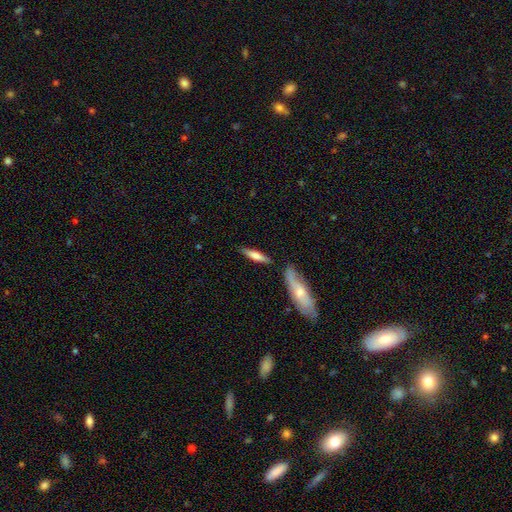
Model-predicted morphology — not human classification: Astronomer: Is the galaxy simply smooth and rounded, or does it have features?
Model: smooth — 65%.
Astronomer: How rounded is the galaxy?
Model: cigar-shaped — 74%.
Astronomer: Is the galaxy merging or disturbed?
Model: none — 78%.